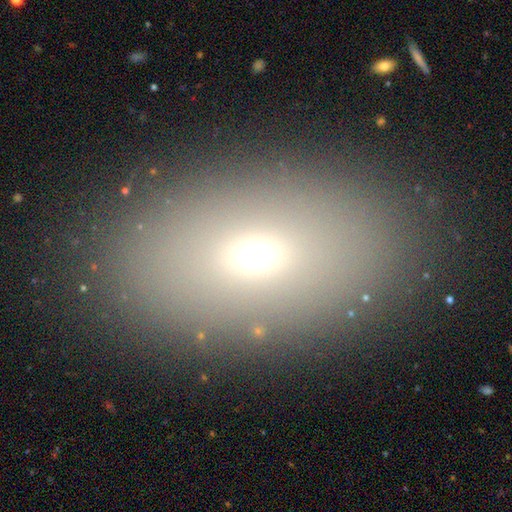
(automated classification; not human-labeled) Smooth or featured? Predicted: smooth (p=0.62). How rounded? Predicted: in between (p=0.80). Merging? Predicted: none (p=0.81).